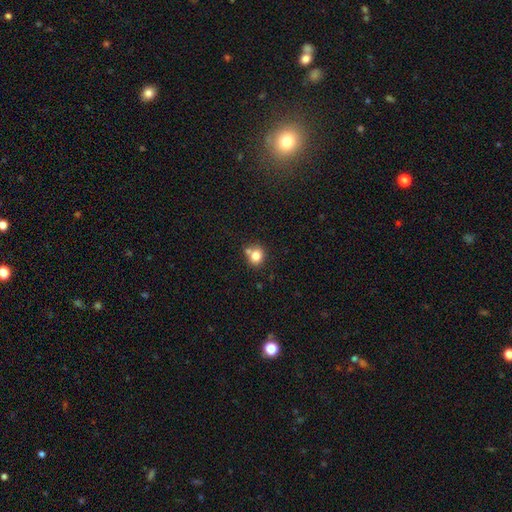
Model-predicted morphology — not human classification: The model was most divided on "merging": none: 57%, merger: 26%, minor disturbance: 13%, major disturbance: 4%. More confident: smooth or featured — smooth (80%); how rounded — round (73%).